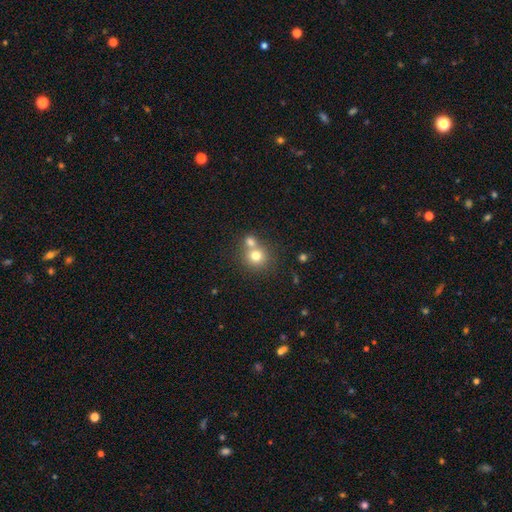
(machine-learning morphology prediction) Smooth or featured: smooth — 74% (featured or disk — 13%)
How rounded: round — 86% (in between — 13%)
Merging: none — 47% (merger — 43%)